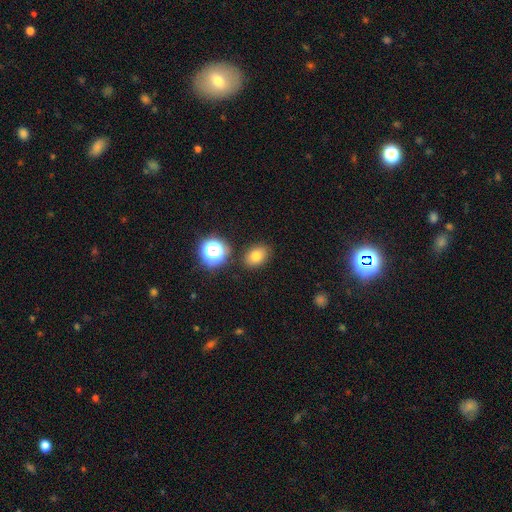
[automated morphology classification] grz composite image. It shows a smooth galaxy with no disk features (75%) that is in between round and cigar-shaped (68%). Merging: none (83%).